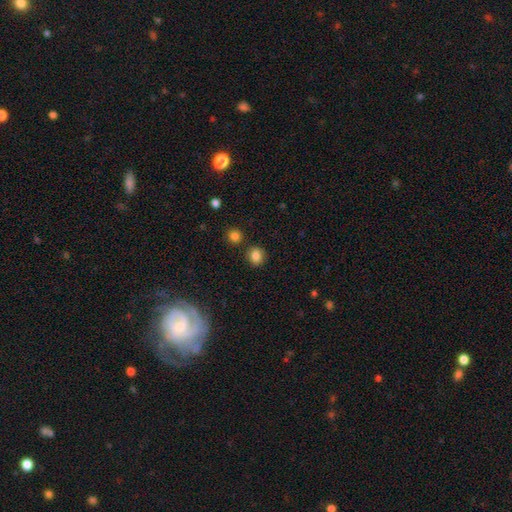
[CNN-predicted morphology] This appears to be a smooth galaxy with no disk features (85%) that is round (73%). Merging: none (83%).